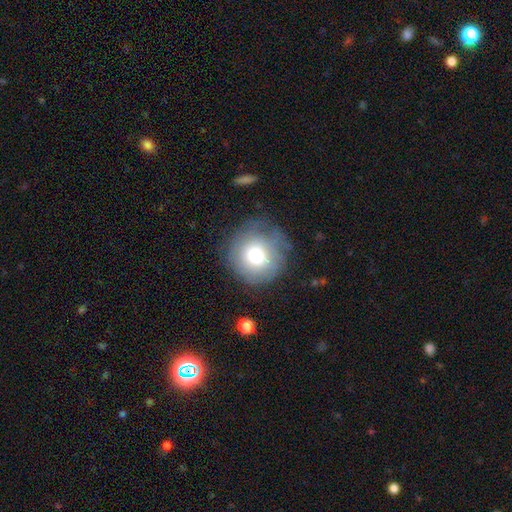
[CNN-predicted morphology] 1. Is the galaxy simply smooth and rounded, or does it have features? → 73% smooth, 18% featured or disk, 9% star or artifact.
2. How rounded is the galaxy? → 92% round, 7% in between, 1% cigar-shaped.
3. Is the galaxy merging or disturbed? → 71% none, 19% minor disturbance, 9% major disturbance, 2% merger.